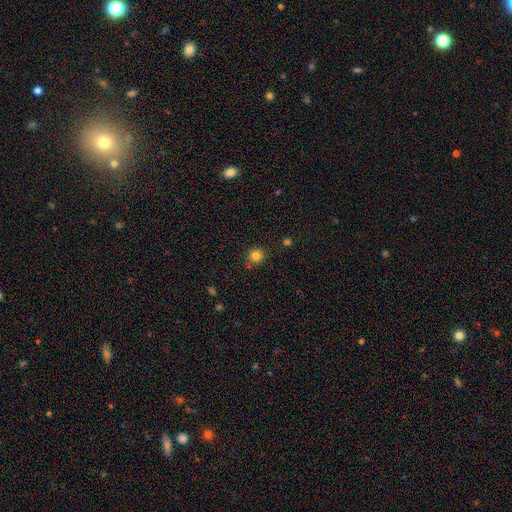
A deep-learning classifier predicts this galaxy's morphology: Q: Smooth or featured?
A: smooth (82%); runner-up: star or artifact (13%)
Q: How rounded?
A: round (91%); runner-up: in between (8%)
Q: Merging?
A: none (85%); runner-up: minor disturbance (9%)